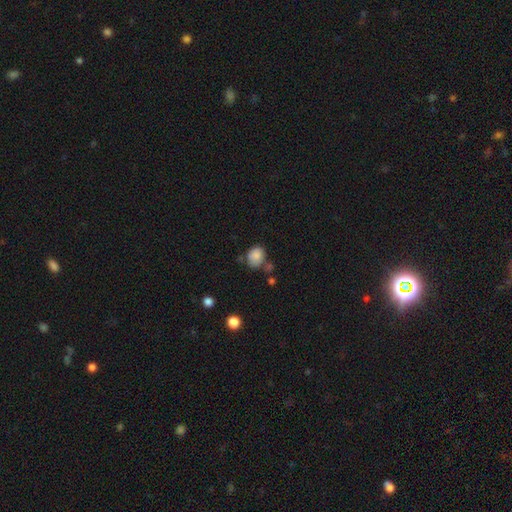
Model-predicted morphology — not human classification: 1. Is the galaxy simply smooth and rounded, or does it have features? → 84% smooth, 10% star or artifact, 7% featured or disk.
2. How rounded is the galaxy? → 57% round, 42% in between, 1% cigar-shaped.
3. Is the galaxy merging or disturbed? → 58% none, 22% minor disturbance, 13% merger, 7% major disturbance.